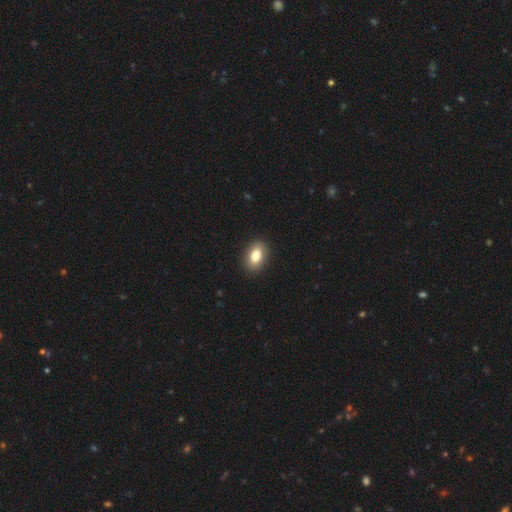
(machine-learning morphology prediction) smooth-or-featured: smooth: 82% | featured or disk: 10% | star or artifact: 8%
  how-rounded: in between: 84% | round: 14% | cigar-shaped: 2%
  merging: none: 91% | minor disturbance: 7% | major disturbance: 2% | merger: 1%